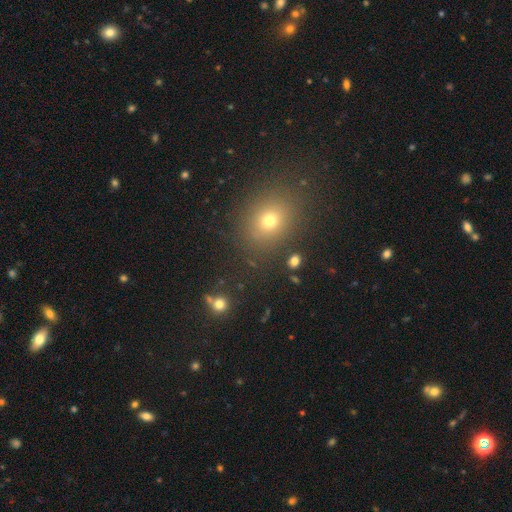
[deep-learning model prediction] Q: Smooth or featured?
A: smooth (60%); runner-up: star or artifact (32%)
Q: How rounded?
A: round (54%); runner-up: in between (44%)
Q: Merging?
A: none (85%); runner-up: minor disturbance (8%)